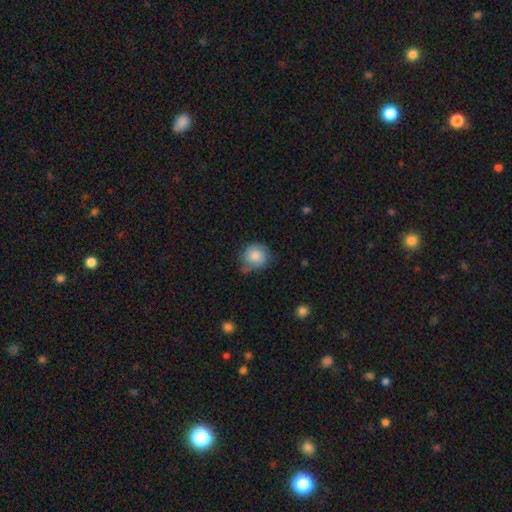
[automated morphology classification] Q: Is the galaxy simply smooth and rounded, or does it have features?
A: smooth — 78%.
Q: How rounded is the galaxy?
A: round — 83%.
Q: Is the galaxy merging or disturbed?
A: none — 53%.